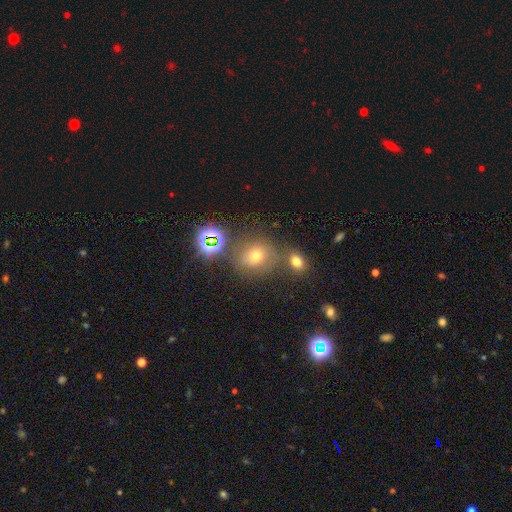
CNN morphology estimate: Smooth or featured? smooth (55%)
How rounded? round (72%)
Merging? none (63%)